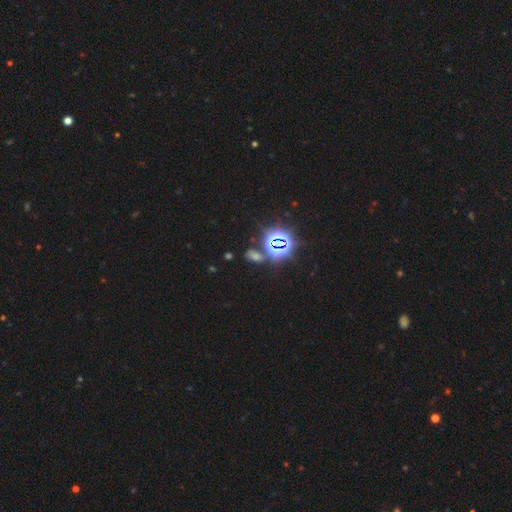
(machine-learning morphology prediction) Overall: star or artifact (62%; smooth 28%).